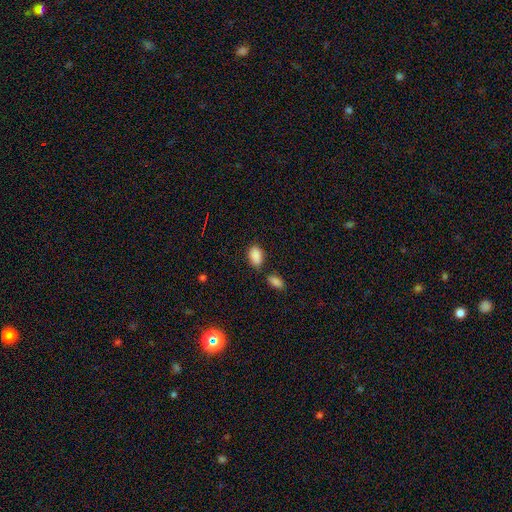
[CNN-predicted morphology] Smooth or featured? smooth (88%)
How rounded? in between (91%)
Merging? none (65%)